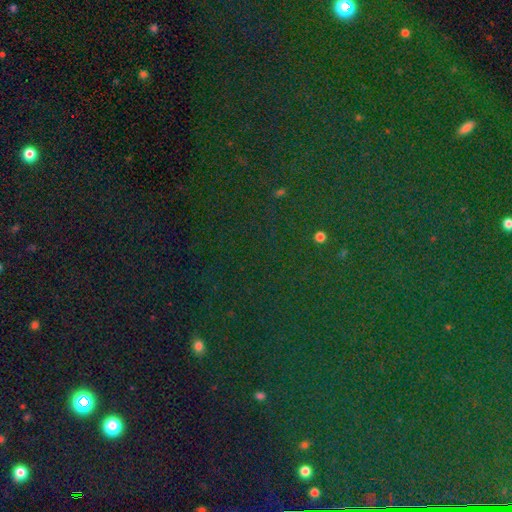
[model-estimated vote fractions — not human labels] smooth-or-featured: star or artifact: 80% | smooth: 12% | featured or disk: 8%